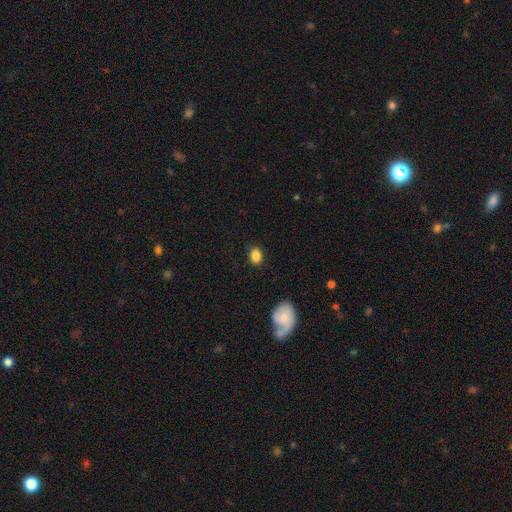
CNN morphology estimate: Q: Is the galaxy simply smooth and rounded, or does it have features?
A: smooth — 87%.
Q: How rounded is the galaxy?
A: in between — 66%.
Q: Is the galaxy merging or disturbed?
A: none — 85%.